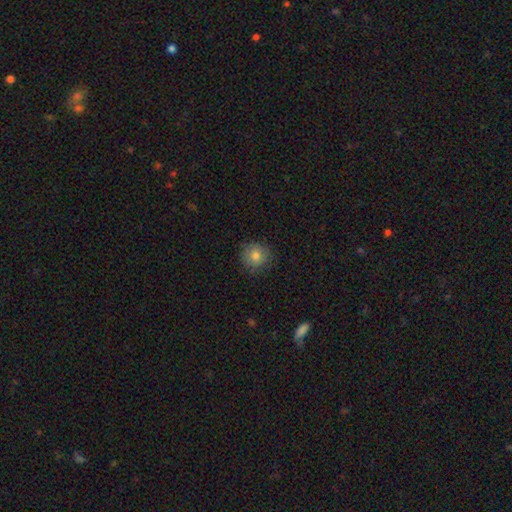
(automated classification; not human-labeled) This appears to be a smooth galaxy with no disk features (81%) that is round (91%). Merging: none (85%).